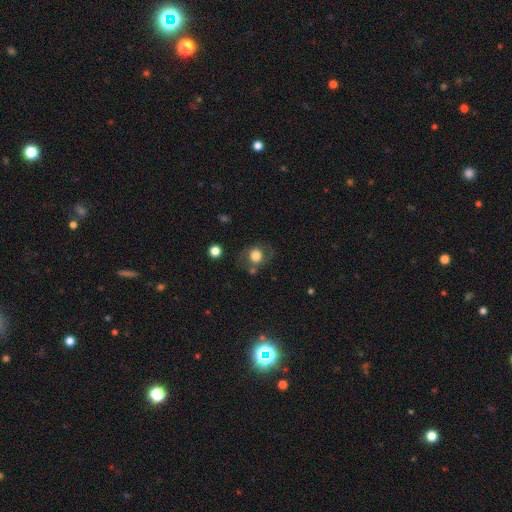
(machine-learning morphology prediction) The model was most divided on "smooth or featured": smooth: 66%, featured or disk: 24%, star or artifact: 10%. More confident: how rounded — round (73%); merging — none (63%).